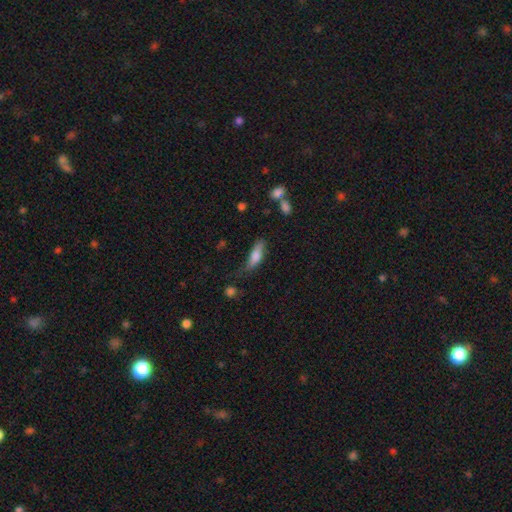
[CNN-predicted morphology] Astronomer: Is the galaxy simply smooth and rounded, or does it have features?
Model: smooth — 76%.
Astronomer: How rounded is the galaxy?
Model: in between — 57% (runner-up: cigar-shaped, 40%).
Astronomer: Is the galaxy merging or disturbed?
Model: none — 47% (runner-up: minor disturbance, 34%).